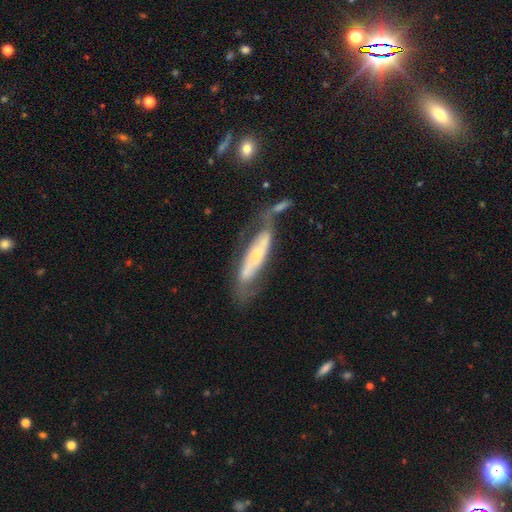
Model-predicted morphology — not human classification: smooth-or-featured: featured or disk: 65% | smooth: 29% | star or artifact: 7%
  disk-edge-on: no: 68% | yes: 32%
  merging: none: 39% | minor disturbance: 22% | major disturbance: 21% | merger: 18%